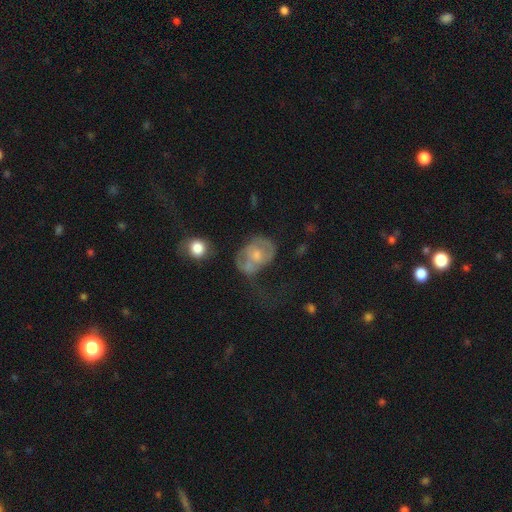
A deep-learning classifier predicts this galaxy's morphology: smooth_or_featured: featured or disk (p=0.58) [alt: smooth p=0.33]
disk_edge_on: no (p=0.96) [alt: yes p=0.04]
bar: no (p=0.70) [alt: weak p=0.25]
has_spiral_arms: yes (p=0.62) [alt: no p=0.38]
bulge_size: moderate (p=0.53) [alt: small p=0.35]
merging: major disturbance (p=0.34) [alt: none p=0.32]